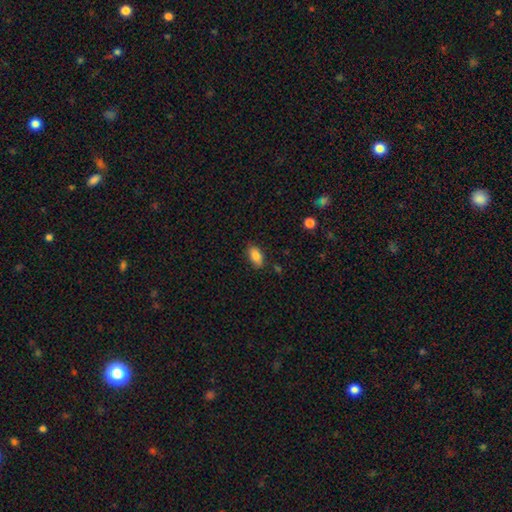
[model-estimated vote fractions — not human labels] Q: Smooth or featured?
A: smooth (86%); runner-up: star or artifact (8%)
Q: How rounded?
A: in between (91%); runner-up: round (5%)
Q: Merging?
A: none (83%); runner-up: minor disturbance (13%)